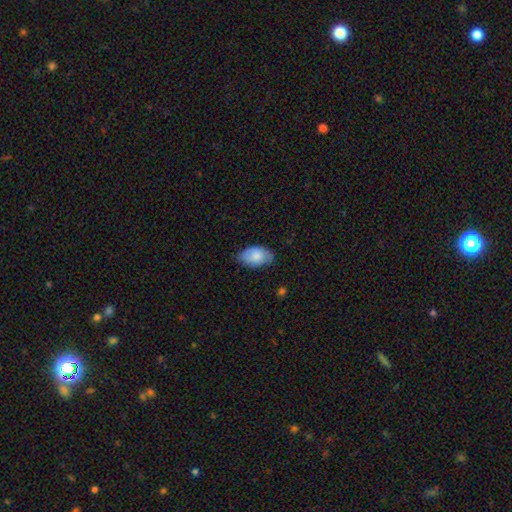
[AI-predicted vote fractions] Smooth or featured?
  - smooth: 80% *
  - featured or disk: 14%
  - star or artifact: 6%
How rounded?
  - in between: 93% *
  - round: 5%
  - cigar-shaped: 1%
Merging?
  - none: 69% *
  - minor disturbance: 26%
  - major disturbance: 4%
  - merger: 1%